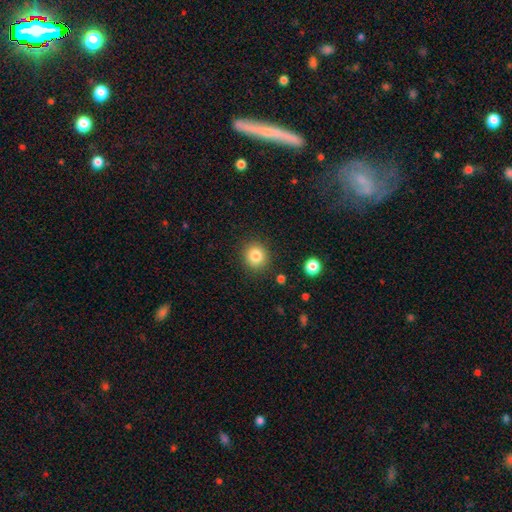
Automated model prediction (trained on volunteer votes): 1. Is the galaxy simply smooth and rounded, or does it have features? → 83% smooth, 10% star or artifact, 6% featured or disk.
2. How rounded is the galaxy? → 89% round, 10% in between, 1% cigar-shaped.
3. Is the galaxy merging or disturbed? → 88% none, 7% minor disturbance, 3% major disturbance, 2% merger.